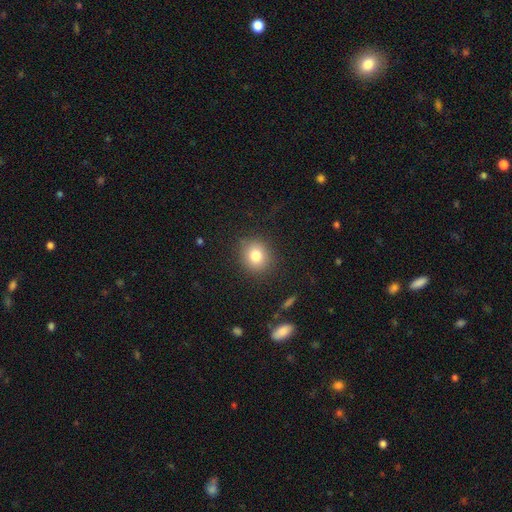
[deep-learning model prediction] smooth 79%, star or artifact 11%, featured or disk 9%. Down the decision tree: how rounded — round (79%); merging — none (87%).